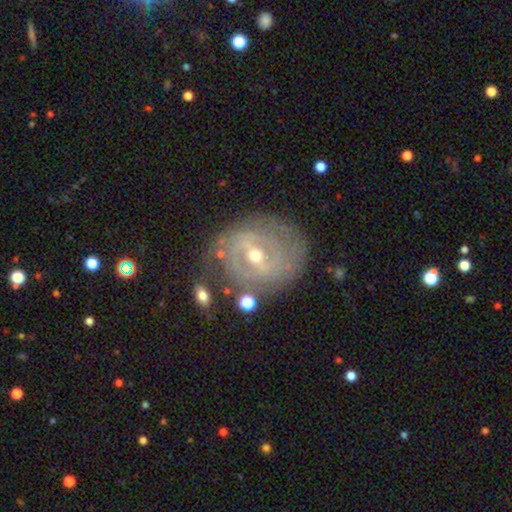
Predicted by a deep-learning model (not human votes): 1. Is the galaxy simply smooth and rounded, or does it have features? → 82% featured or disk, 12% smooth, 6% star or artifact.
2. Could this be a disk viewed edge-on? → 95% no, 5% yes.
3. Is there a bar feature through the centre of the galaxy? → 45% weak, 37% strong, 18% no.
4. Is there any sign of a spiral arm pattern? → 79% yes, 21% no.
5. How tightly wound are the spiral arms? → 67% tight, 24% medium, 9% loose.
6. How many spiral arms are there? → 40% can't tell, 36% 2, 11% 3, 5% 4, 4% 1, 3% more than 4.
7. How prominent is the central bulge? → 49% moderate, 48% small, 1% large, 1% none, 1% dominant.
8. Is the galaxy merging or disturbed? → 71% none, 18% minor disturbance, 8% major disturbance, 3% merger.